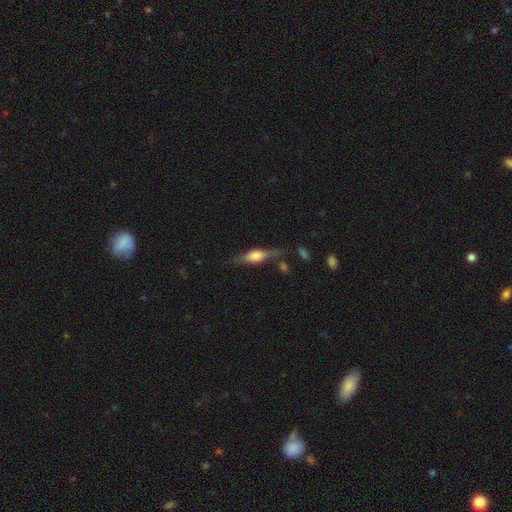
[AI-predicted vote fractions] The model was most divided on "smooth or featured": featured or disk: 56%, smooth: 37%, star or artifact: 7%. More confident: edge-on disk — yes (93%); edge-on bulge — rounded (82%); merging — none (72%).